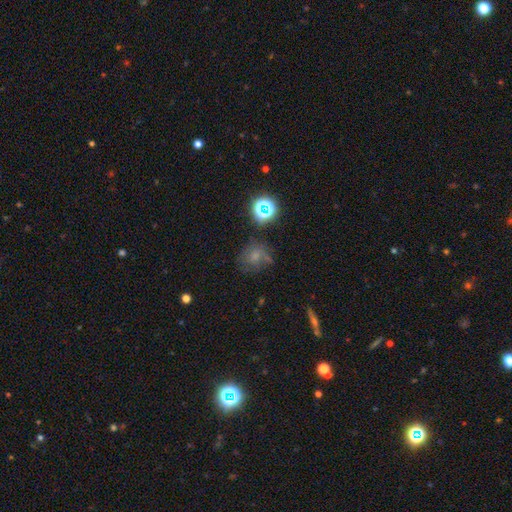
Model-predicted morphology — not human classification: A smooth galaxy with no disk features (54%) that is round (71%). Merging: none (53%).